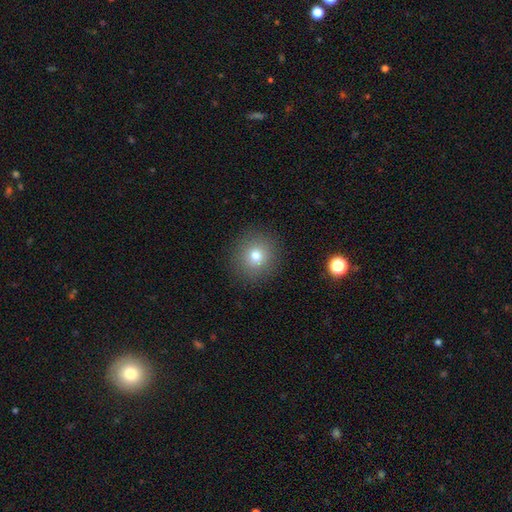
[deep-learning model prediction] Smooth or featured: smooth — 76% (star or artifact — 13%)
How rounded: round — 91% (in between — 8%)
Merging: none — 90% (minor disturbance — 6%)